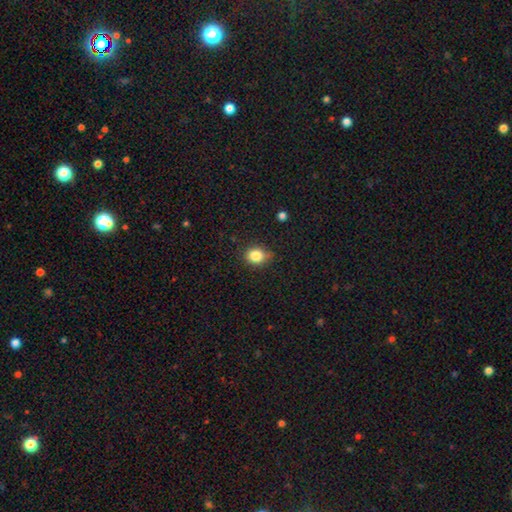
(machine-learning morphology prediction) smooth 84%, star or artifact 11%, featured or disk 5%. Down the decision tree: how rounded — round (61%); merging — none (76%).